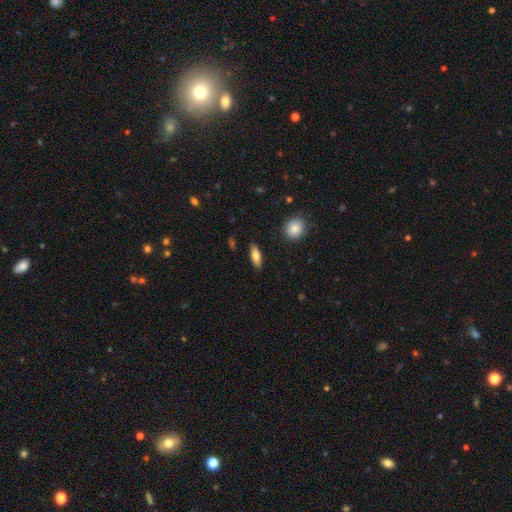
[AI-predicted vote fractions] Smooth or featured: smooth — 75% (featured or disk — 18%)
How rounded: in between — 68% (cigar-shaped — 29%)
Merging: none — 87% (minor disturbance — 9%)